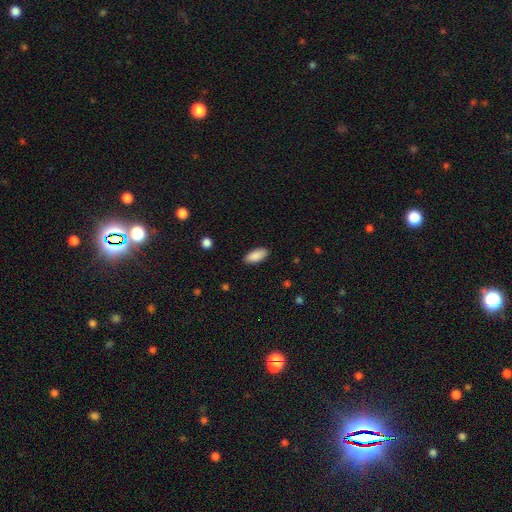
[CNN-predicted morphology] smooth-or-featured: smooth: 89% | star or artifact: 6% | featured or disk: 4%
  how-rounded: in between: 89% | cigar-shaped: 9% | round: 2%
  merging: none: 89% | minor disturbance: 8% | major disturbance: 2% | merger: 1%